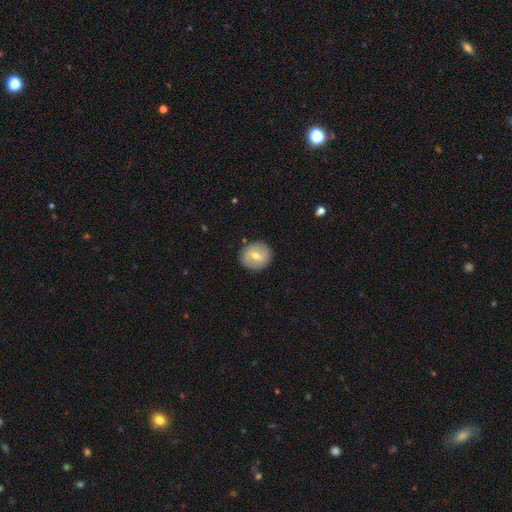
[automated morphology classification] Smooth or featured? Predicted: smooth (p=0.54). How rounded? Predicted: round (p=0.85). Merging? Predicted: none (p=0.88).